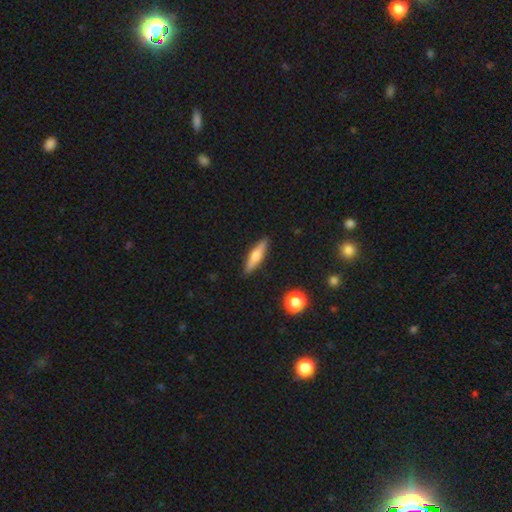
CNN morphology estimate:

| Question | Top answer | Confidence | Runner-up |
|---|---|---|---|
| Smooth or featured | smooth | 48% | featured or disk (45%) |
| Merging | none | 89% | minor disturbance (8%) |